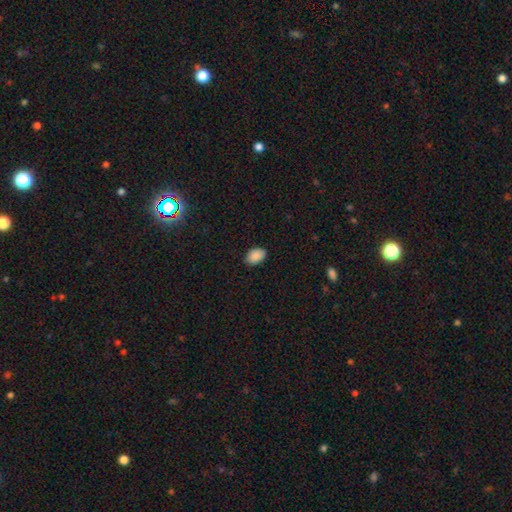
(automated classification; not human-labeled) Q: Smooth or featured?
A: smooth (90%); runner-up: star or artifact (7%)
Q: How rounded?
A: in between (88%); runner-up: round (11%)
Q: Merging?
A: none (86%); runner-up: minor disturbance (11%)